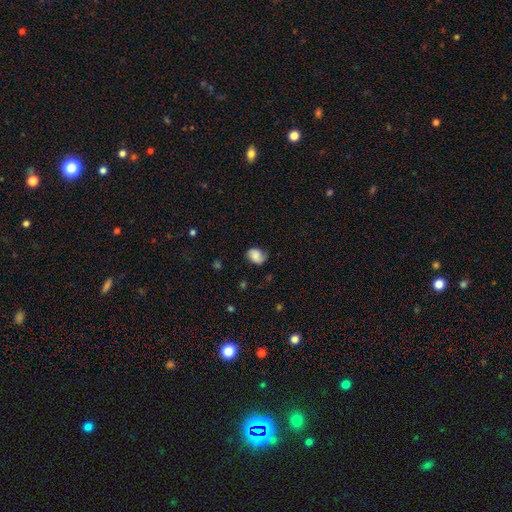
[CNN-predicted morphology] Q: Smooth or featured?
A: smooth (71%); runner-up: featured or disk (20%)
Q: How rounded?
A: in between (63%); runner-up: round (36%)
Q: Merging?
A: none (67%); runner-up: minor disturbance (25%)